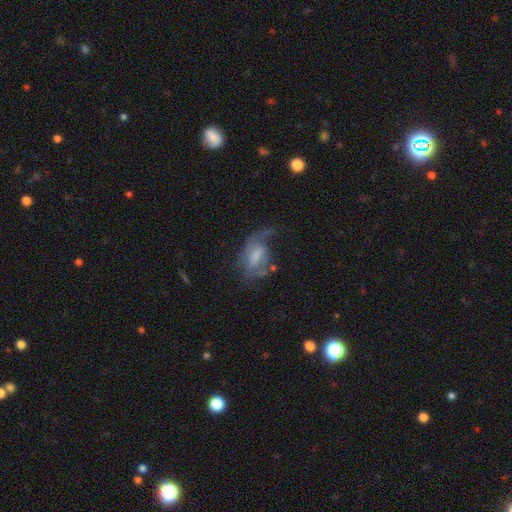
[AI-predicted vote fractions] Smooth or featured? Predicted: featured or disk (p=0.61). Edge-on disk? Predicted: no (p=0.95). Bar? Predicted: weak (p=0.49). Spiral arms? Predicted: yes (p=0.75). Bulge size? Predicted: moderate (p=0.34). Merging? Predicted: major disturbance (p=0.40).